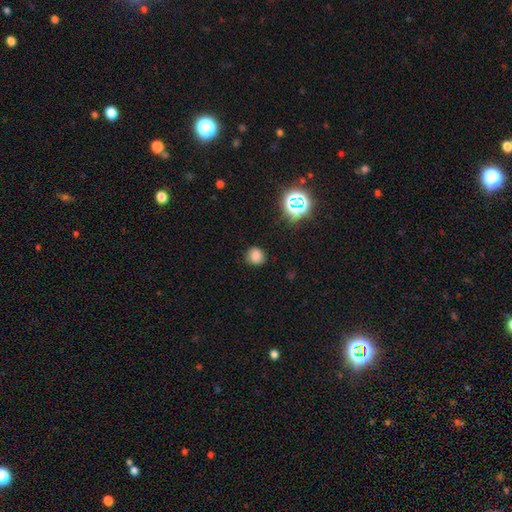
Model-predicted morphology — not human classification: A smooth galaxy with no disk features (77%) that is round (81%).

Vote fractions:
- Smooth or featured? smooth: 77% / star or artifact: 17% / featured or disk: 6%
- How rounded? round: 81% / in between: 18% / cigar-shaped: 1%
- Merging? none: 79% / minor disturbance: 15% / major disturbance: 4% / merger: 2%